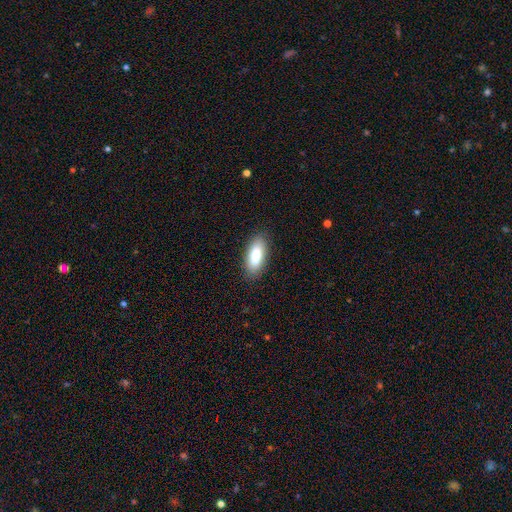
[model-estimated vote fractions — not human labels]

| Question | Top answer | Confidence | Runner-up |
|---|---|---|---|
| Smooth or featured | smooth | 84% | featured or disk (10%) |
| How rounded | in between | 80% | cigar-shaped (18%) |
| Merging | none | 87% | minor disturbance (10%) |